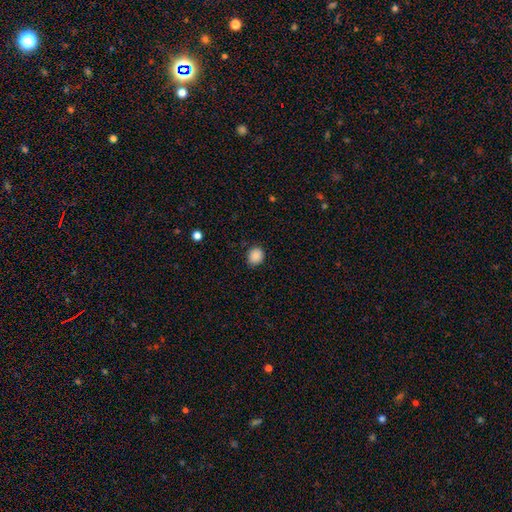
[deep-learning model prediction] Overall: smooth (87%). How rounded: round (76%). Merging: none (86%).